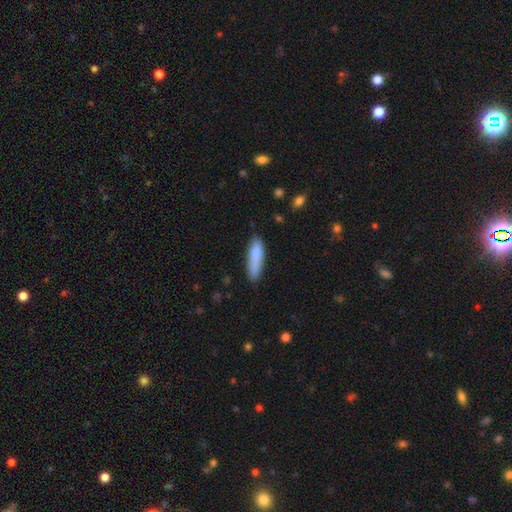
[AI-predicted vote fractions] A smooth galaxy with no disk features (83%) that is cigar-shaped (69%). Merging: none (76%).